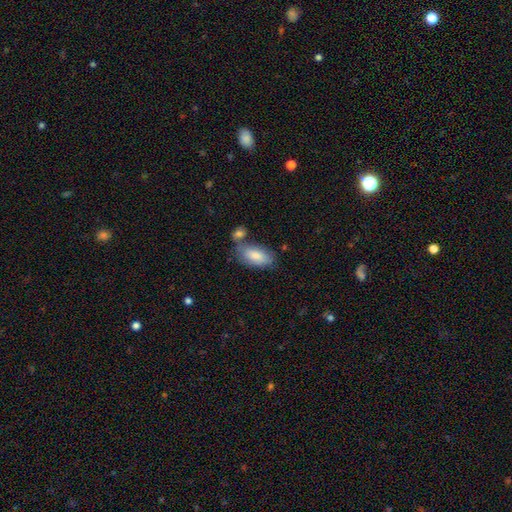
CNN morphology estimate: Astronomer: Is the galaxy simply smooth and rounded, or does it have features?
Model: smooth — 81%.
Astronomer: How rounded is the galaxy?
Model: in between — 91%.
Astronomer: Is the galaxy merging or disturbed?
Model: none — 55%.